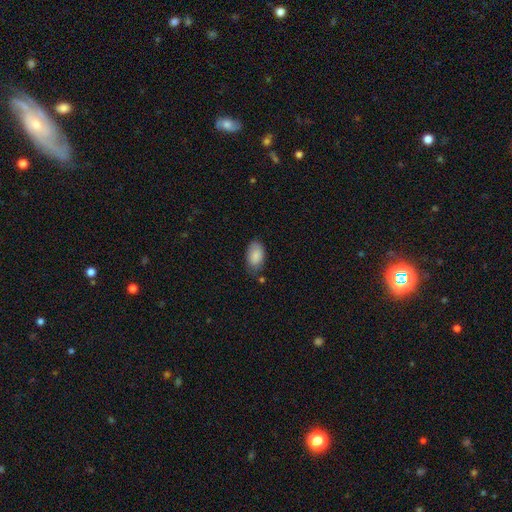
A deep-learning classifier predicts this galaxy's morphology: A smooth galaxy with no disk features (87%) that is in between round and cigar-shaped (93%). Merging: none (71%).